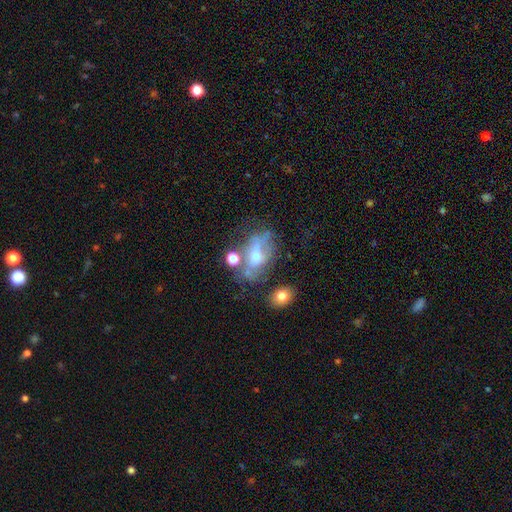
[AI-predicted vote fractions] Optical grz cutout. It shows a featured or disk galaxy (56%). Merging: none (38%).